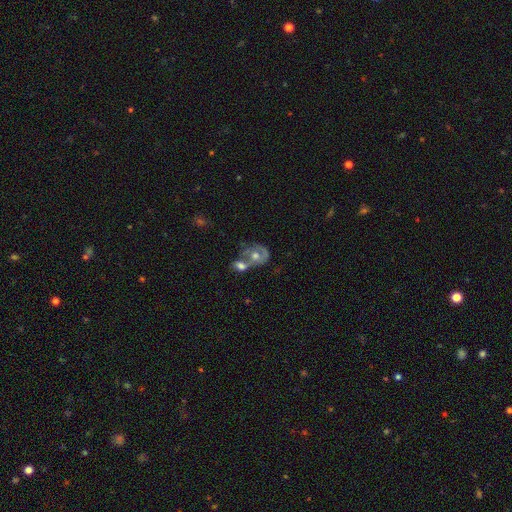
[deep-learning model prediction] Smooth or featured: featured or disk — 52% (smooth — 40%)
Edge-on disk: no — 96% (yes — 4%)
Bar: no — 81% (weak — 15%)
Spiral arms: no — 53% (yes — 47%)
Bulge size: moderate — 69% (small — 13%)
Merging: merger — 65% (none — 16%)